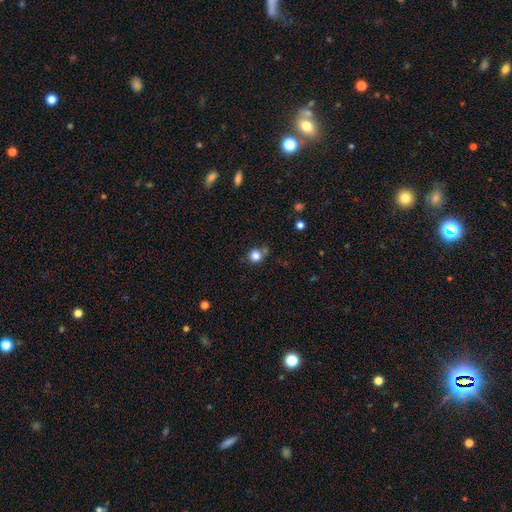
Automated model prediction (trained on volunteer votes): A smooth galaxy with no disk features (83%) that is round (89%). Merging: none (71%).